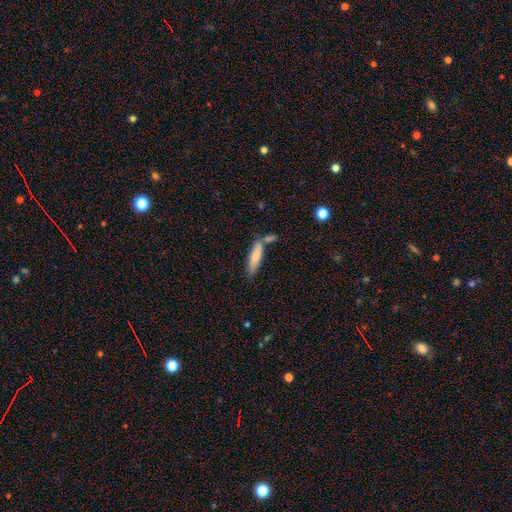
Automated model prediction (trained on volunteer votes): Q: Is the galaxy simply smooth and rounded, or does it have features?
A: smooth — 76%.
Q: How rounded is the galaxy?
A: cigar-shaped — 70%.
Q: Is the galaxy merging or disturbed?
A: none — 58%.